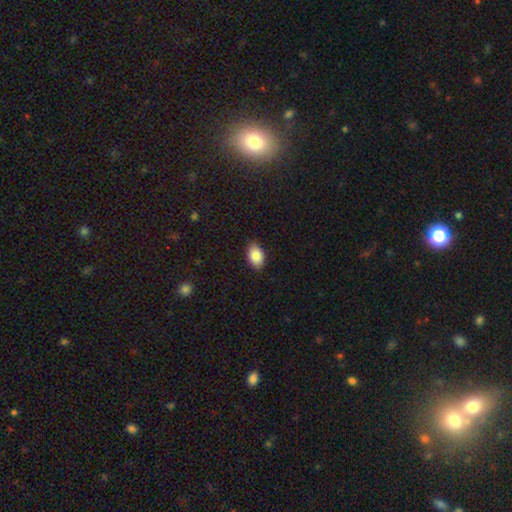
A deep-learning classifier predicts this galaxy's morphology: Overall: smooth (88%). How rounded: in between (88%). Merging: none (86%).